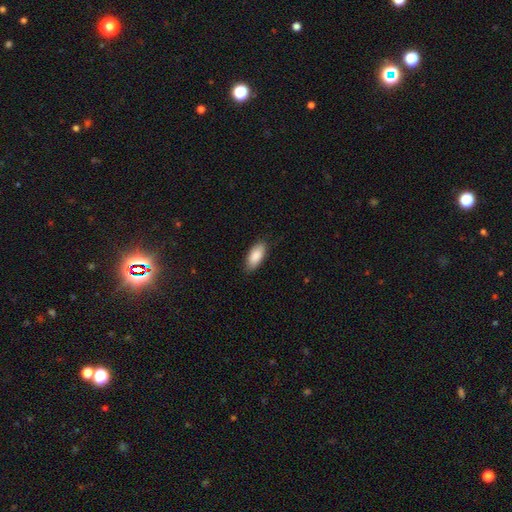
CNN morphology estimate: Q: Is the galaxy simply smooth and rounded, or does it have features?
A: smooth — 89%.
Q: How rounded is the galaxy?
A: in between — 87%.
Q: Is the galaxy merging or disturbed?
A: none — 85%.